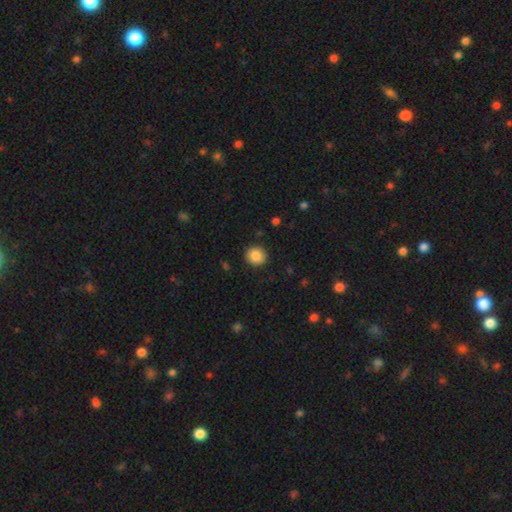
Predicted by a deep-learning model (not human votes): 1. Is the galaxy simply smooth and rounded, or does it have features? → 87% smooth, 9% star or artifact, 5% featured or disk.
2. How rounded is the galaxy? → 87% round, 12% in between, 1% cigar-shaped.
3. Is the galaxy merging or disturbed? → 90% none, 7% minor disturbance, 2% major disturbance, 1% merger.